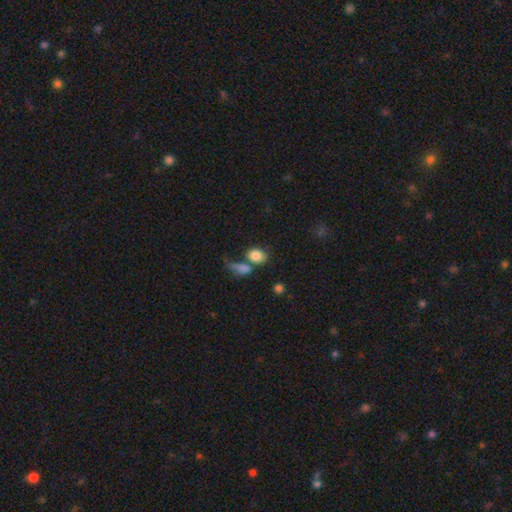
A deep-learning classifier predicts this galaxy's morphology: smooth 82%, star or artifact 9%, featured or disk 8%. Down the decision tree: how rounded — in between (63%); merging — none (43%).